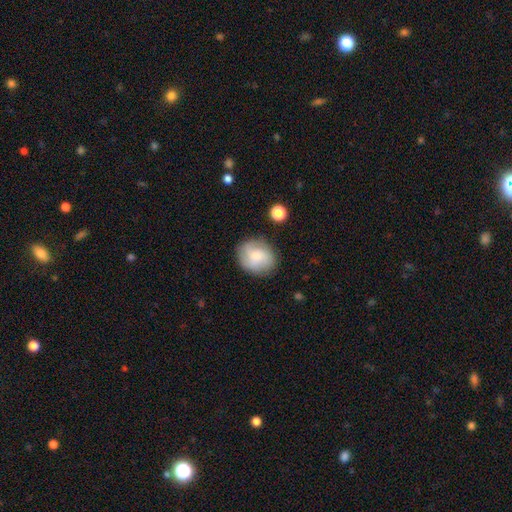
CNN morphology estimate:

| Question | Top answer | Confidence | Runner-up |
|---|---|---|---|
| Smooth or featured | smooth | 57% | featured or disk (34%) |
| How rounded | round | 75% | in between (24%) |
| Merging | none | 79% | minor disturbance (14%) |